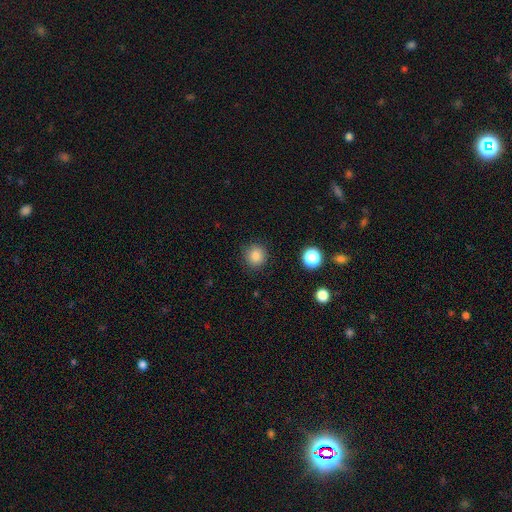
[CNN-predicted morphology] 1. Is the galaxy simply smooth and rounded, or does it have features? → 83% smooth, 12% star or artifact, 5% featured or disk.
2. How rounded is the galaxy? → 93% round, 6% in between, 1% cigar-shaped.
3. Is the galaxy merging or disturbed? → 90% none, 7% minor disturbance, 2% major disturbance, 1% merger.